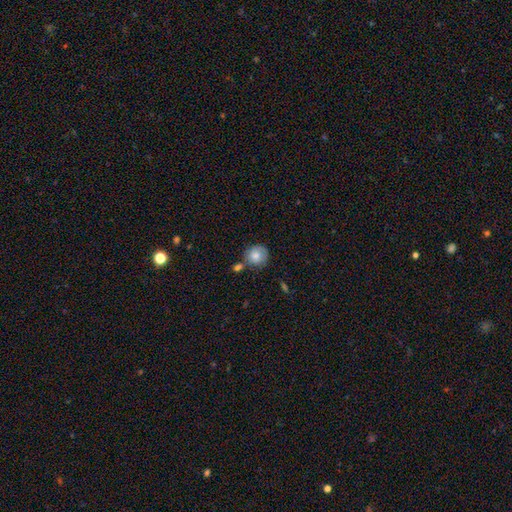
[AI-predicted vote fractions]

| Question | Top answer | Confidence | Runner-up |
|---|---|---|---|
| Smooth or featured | smooth | 73% | featured or disk (19%) |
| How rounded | round | 89% | in between (10%) |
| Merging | none | 61% | minor disturbance (19%) |